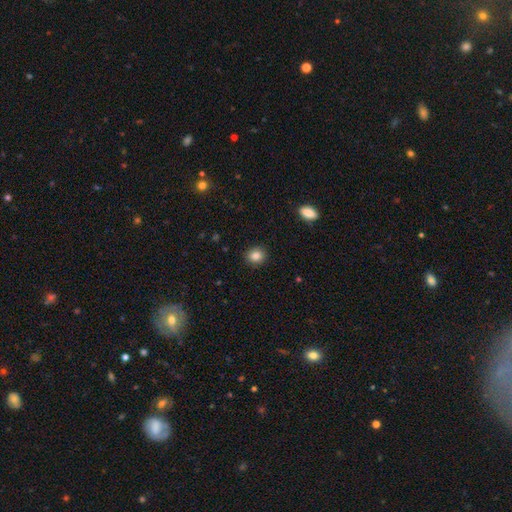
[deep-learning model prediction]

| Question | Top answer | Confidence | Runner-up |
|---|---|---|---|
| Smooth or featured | smooth | 85% | star or artifact (10%) |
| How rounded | round | 74% | in between (25%) |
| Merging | none | 90% | minor disturbance (7%) |